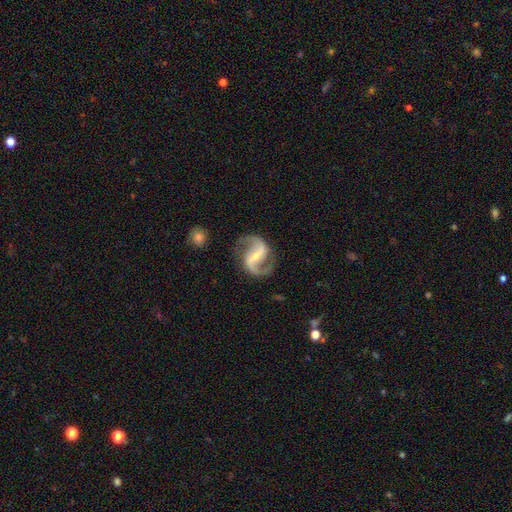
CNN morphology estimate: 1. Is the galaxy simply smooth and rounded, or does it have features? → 92% featured or disk, 4% star or artifact, 4% smooth.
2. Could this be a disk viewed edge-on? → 98% no, 2% yes.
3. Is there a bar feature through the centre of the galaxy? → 56% strong, 33% weak, 11% no.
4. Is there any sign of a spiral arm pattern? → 98% yes, 2% no.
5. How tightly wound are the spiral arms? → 50% medium, 39% loose, 10% tight.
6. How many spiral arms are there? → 94% 2, 2% 1, 2% can't tell, 1% 3, 1% 4, 1% more than 4.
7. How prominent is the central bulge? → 60% small, 31% moderate, 6% none, 2% large, 1% dominant.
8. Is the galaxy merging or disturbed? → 80% none, 12% minor disturbance, 6% major disturbance, 2% merger.